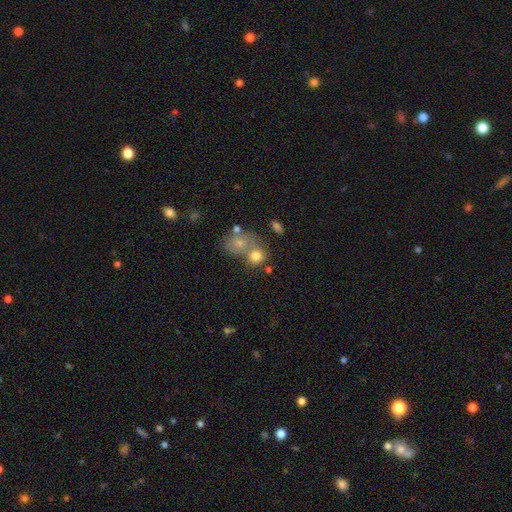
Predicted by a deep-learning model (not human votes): Smooth or featured? Predicted: smooth (p=0.75). How rounded? Predicted: round (p=0.71). Merging? Predicted: merger (p=0.42).